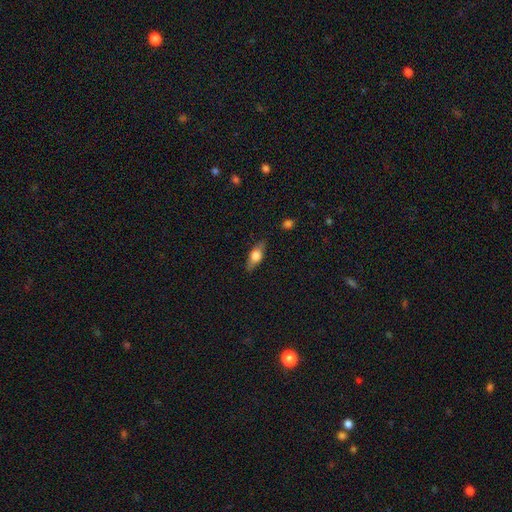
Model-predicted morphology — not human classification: Q: Smooth or featured?
A: smooth (55%); runner-up: featured or disk (37%)
Q: How rounded?
A: in between (69%); runner-up: cigar-shaped (25%)
Q: Merging?
A: none (82%); runner-up: minor disturbance (14%)